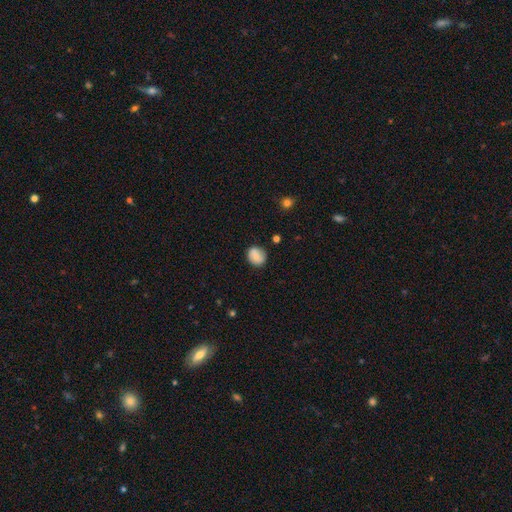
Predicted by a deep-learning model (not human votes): Smooth or featured? Predicted: smooth (p=0.72). How rounded? Predicted: round (p=0.78). Merging? Predicted: none (p=0.74).